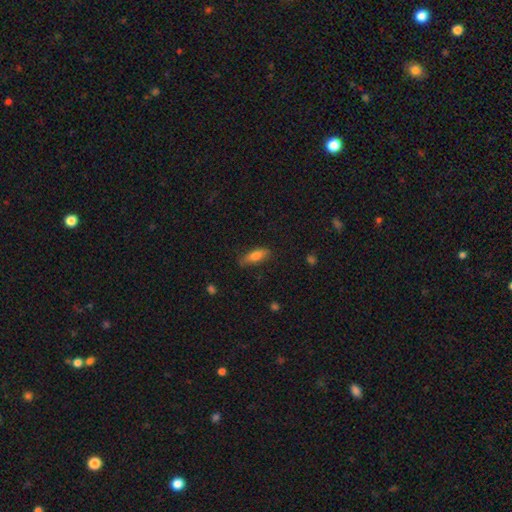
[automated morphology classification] Smooth or featured: smooth — 77% (featured or disk — 16%)
How rounded: in between — 64% (cigar-shaped — 33%)
Merging: none — 77% (minor disturbance — 17%)